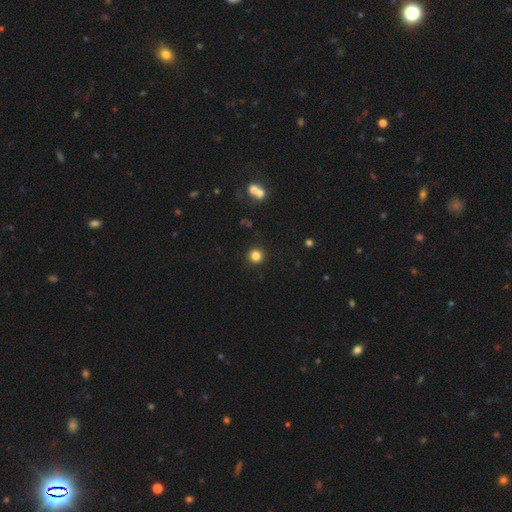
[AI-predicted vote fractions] Overall: smooth (84%). How rounded: round (94%). Merging: none (91%).